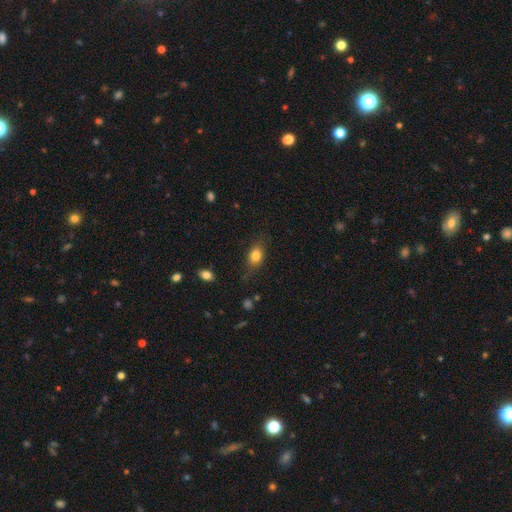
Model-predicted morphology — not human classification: Q: Smooth or featured?
A: smooth (79%); runner-up: featured or disk (12%)
Q: How rounded?
A: in between (68%); runner-up: round (28%)
Q: Merging?
A: none (72%); runner-up: minor disturbance (20%)